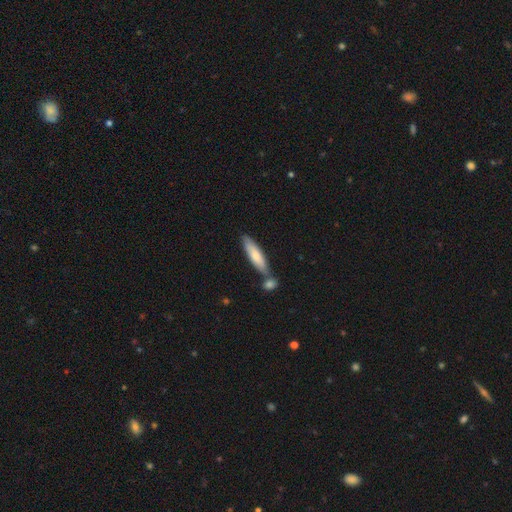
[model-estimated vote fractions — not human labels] Smooth or featured? Predicted: smooth (p=0.73). How rounded? Predicted: cigar-shaped (p=0.72). Merging? Predicted: none (p=0.63).